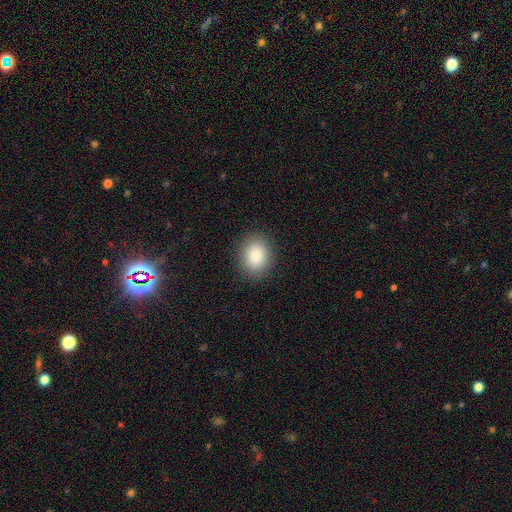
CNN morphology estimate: type=smooth (88%); roundness=in between (61%); merging=none (89%).